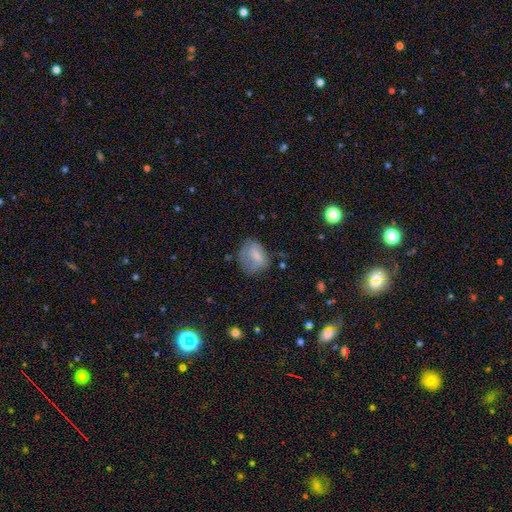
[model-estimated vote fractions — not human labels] This is likely a smooth galaxy (67%). How rounded: possibly in between (56%). Merging: possibly none (49%).